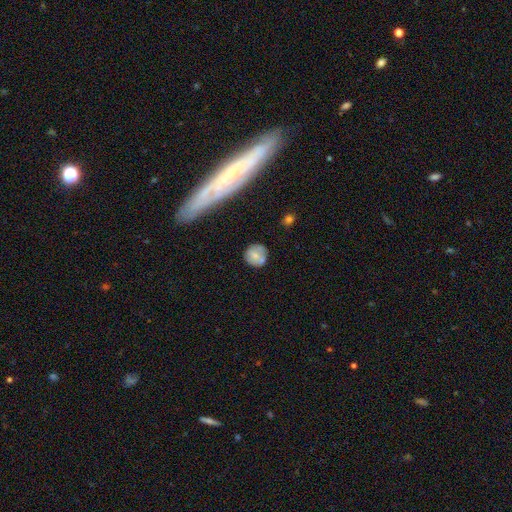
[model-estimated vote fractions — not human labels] This appears to be a smooth galaxy with no disk features (68%) that is round (86%). Merging: none (70%).